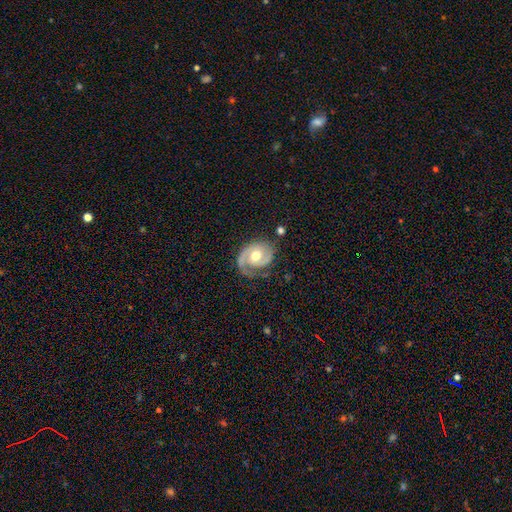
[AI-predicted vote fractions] Smooth or featured? featured or disk (85%)
Edge-on disk? no (98%)
Bar? no (60%)
Spiral arms? yes (94%)
Spiral winding? tight (46%)
Spiral arm count? 2 (64%)
Bulge size? moderate (77%)
Merging? none (65%)